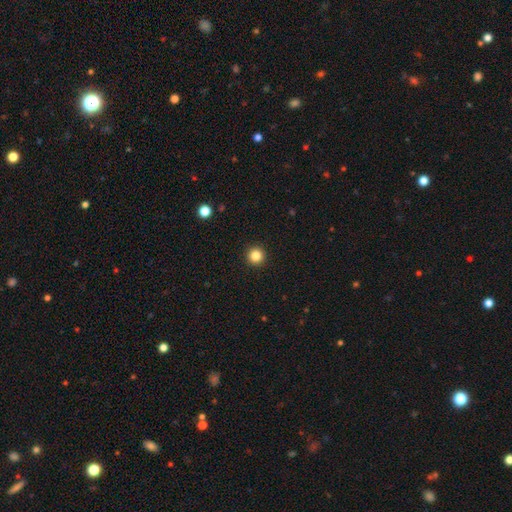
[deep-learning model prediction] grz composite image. It shows a smooth galaxy with no disk features (84%) that is round (96%). Merging: none (94%).